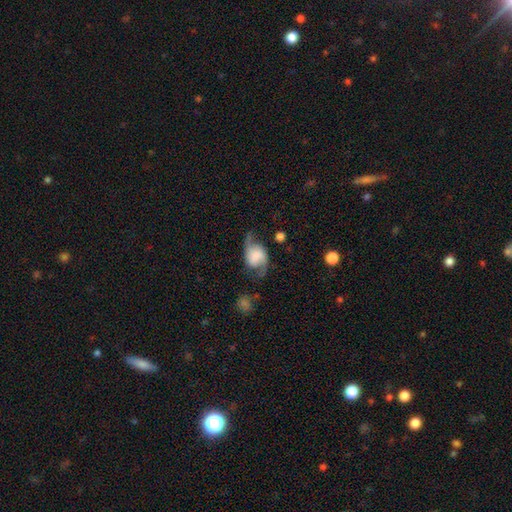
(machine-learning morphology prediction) Smooth or featured?
  - featured or disk: 76% *
  - smooth: 17%
  - star or artifact: 7%
Edge-on disk?
  - no: 97% *
  - yes: 3%
Bar?
  - no: 55% *
  - weak: 34%
  - strong: 11%
Spiral arms?
  - yes: 94% *
  - no: 6%
Spiral winding?
  - loose: 61% *
  - medium: 31%
  - tight: 8%
Spiral arm count?
  - 2: 92% *
  - 1: 3%
  - can't tell: 2%
  - 3: 1%
  - 4: 1%
  - more than 4: 1%
Bulge size?
  - none: 30% *
  - large: 25%
  - small: 16%
  - moderate: 15%
  - dominant: 13%
Merging?
  - none: 62% *
  - minor disturbance: 22%
  - major disturbance: 13%
  - merger: 3%